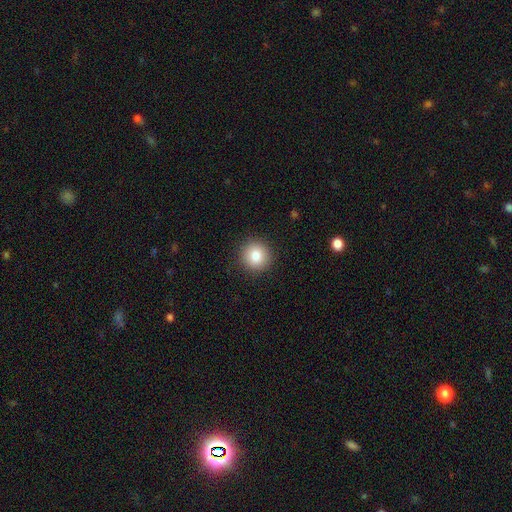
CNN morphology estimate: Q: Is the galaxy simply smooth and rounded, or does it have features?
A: smooth — 83%.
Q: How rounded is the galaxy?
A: round — 93%.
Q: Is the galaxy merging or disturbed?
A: none — 91%.